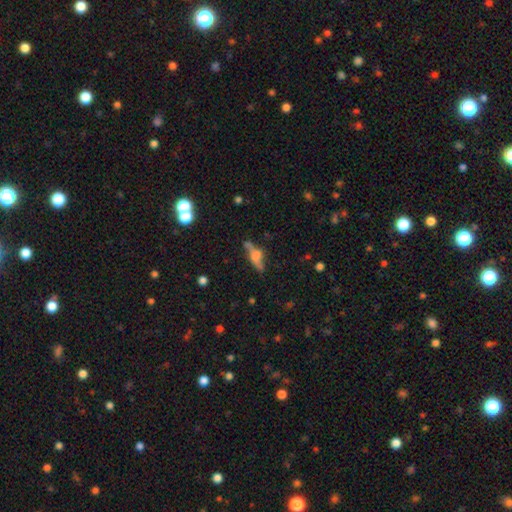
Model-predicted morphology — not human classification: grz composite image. It shows a featured or disk galaxy (44%). Merging: none (49%).